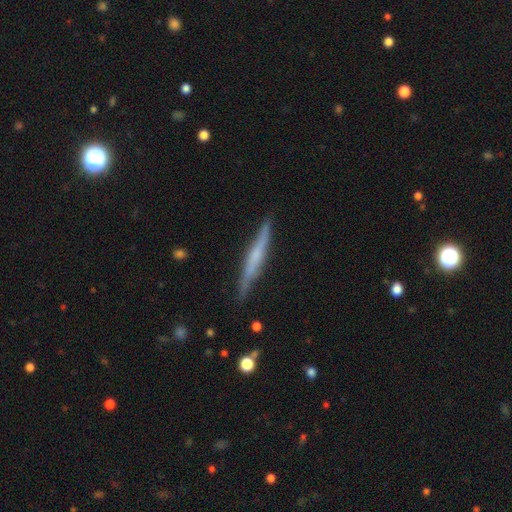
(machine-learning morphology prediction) A featured or disk galaxy (55%) viewed edge-on (95%) with no central bulge (56%).

Vote fractions:
- Smooth or featured? featured or disk: 55% / smooth: 39% / star or artifact: 6%
- Edge-on disk? yes: 95% / no: 5%
- Edge-on bulge? none: 56% / rounded: 29% / boxy: 15%
- Merging? none: 83% / minor disturbance: 13% / major disturbance: 2% / merger: 1%